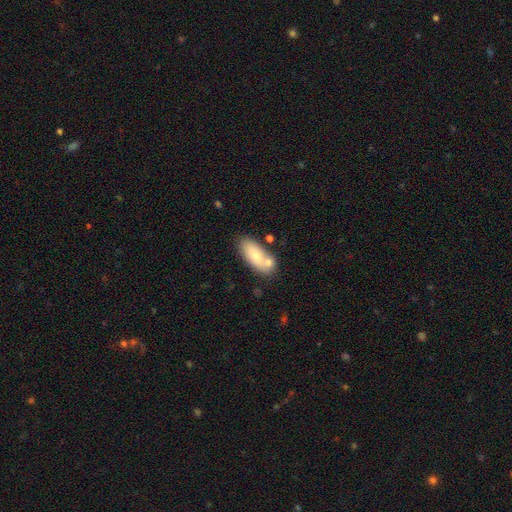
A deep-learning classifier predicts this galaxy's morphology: Smooth or featured: smooth — 73% (featured or disk — 21%)
How rounded: in between — 84% (cigar-shaped — 13%)
Merging: none — 57% (merger — 24%)